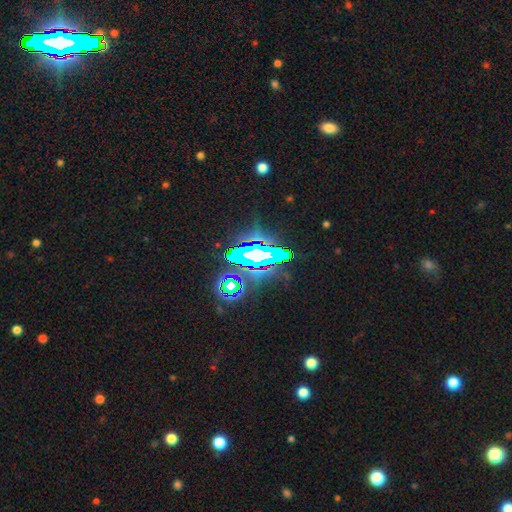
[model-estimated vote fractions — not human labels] Smooth or featured? star or artifact (68%)